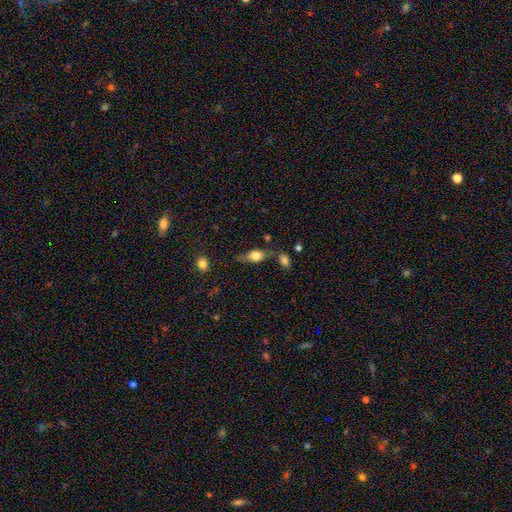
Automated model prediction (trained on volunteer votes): Overall: smooth (71%). How rounded: in between (80%). Merging: none (49%; minor disturbance 26%).